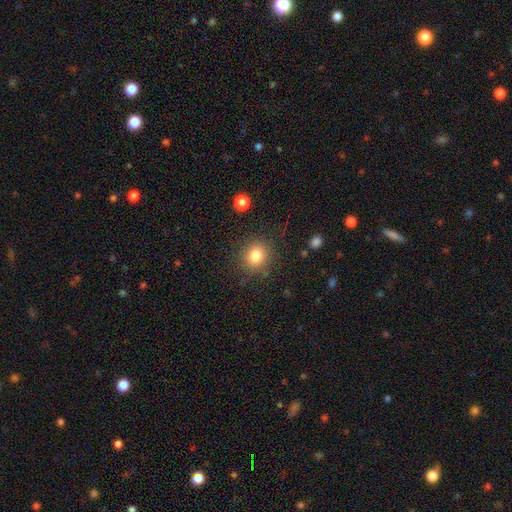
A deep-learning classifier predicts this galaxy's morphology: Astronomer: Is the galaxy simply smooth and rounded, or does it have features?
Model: smooth — 81%.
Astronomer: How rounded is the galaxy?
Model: round — 84%.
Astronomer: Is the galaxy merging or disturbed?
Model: none — 86%.